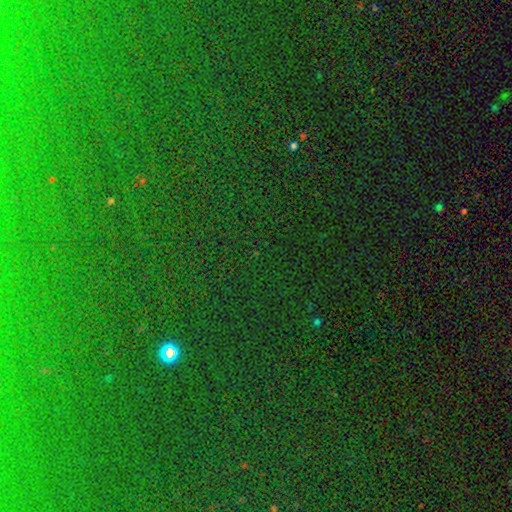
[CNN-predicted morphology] smooth-or-featured: star or artifact: 82% | smooth: 9% | featured or disk: 8%